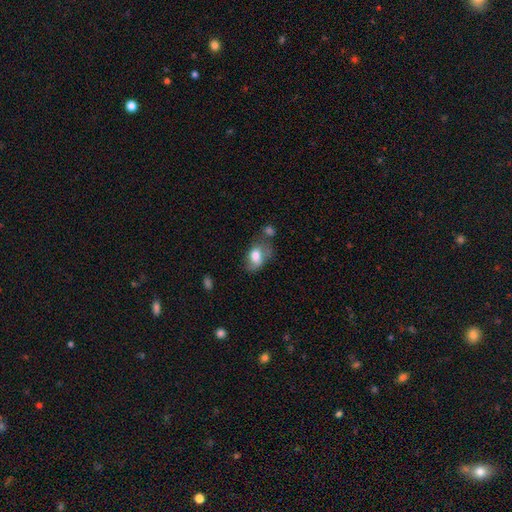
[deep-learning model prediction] Morphology: type=smooth (72%); roundness=in between (84%); merging=none (40%).